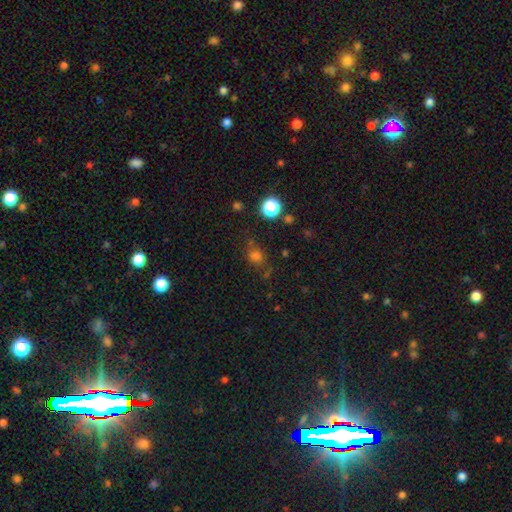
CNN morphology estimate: A smooth galaxy with no disk features (65%) that is round (63%). Merging: none (67%).